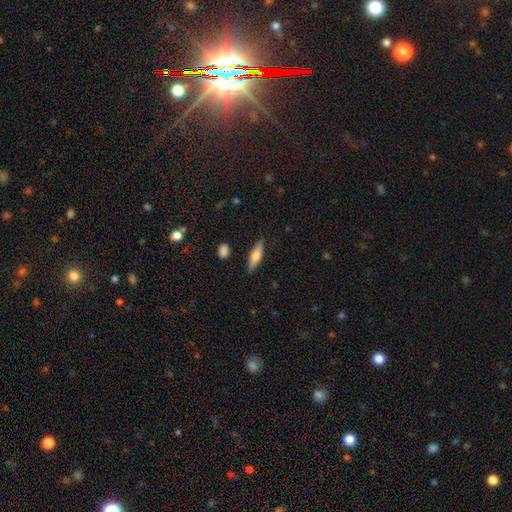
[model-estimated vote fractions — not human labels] This is possibly a smooth galaxy (58%). How rounded: possibly cigar-shaped (59%). Merging: clearly none (85%).